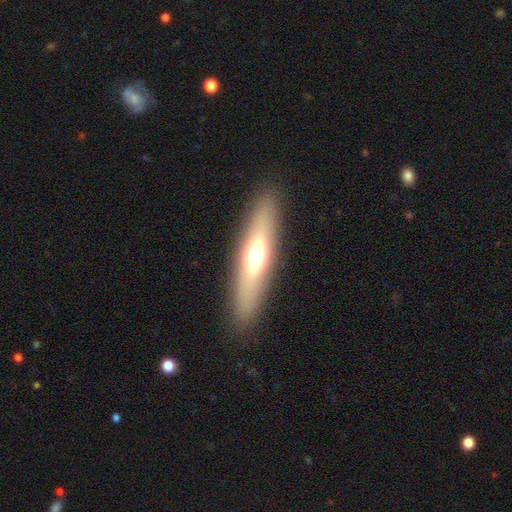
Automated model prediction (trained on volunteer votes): Q: Smooth or featured?
A: smooth (48%); runner-up: featured or disk (44%)
Q: Merging?
A: none (89%); runner-up: minor disturbance (7%)